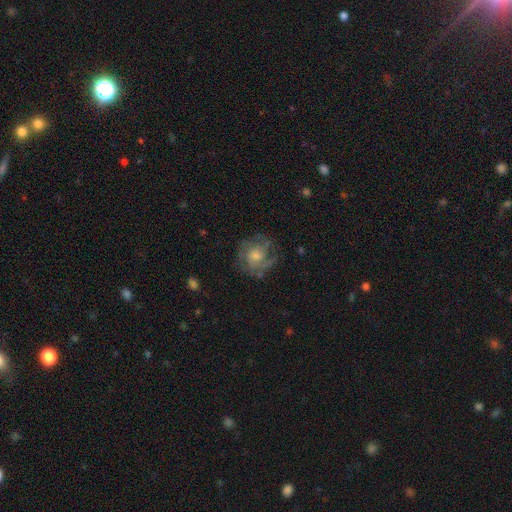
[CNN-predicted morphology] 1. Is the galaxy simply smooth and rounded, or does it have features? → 68% featured or disk, 23% smooth, 10% star or artifact.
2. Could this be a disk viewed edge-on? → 97% no, 3% yes.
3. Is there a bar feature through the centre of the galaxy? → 76% no, 21% weak, 3% strong.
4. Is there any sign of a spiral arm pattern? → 86% yes, 14% no.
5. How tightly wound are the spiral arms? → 48% tight, 39% medium, 13% loose.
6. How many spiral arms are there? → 36% can't tell, 26% 3, 17% 2, 11% 4, 6% 1, 5% more than 4.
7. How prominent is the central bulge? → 53% moderate, 32% small, 9% large, 5% none, 1% dominant.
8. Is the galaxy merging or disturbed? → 70% none, 17% minor disturbance, 11% major disturbance, 1% merger.